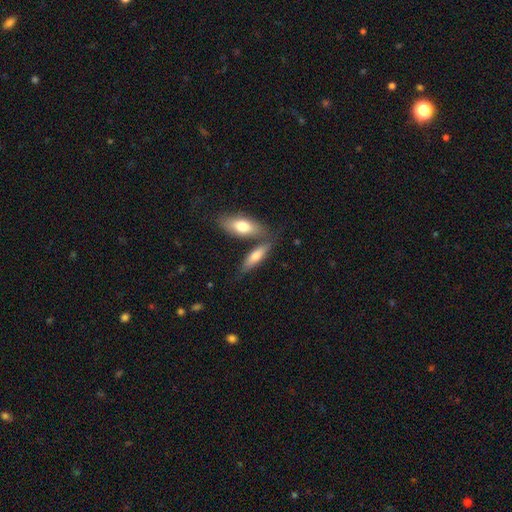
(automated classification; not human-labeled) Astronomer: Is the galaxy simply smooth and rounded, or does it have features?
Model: smooth — 70%.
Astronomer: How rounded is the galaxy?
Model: in between — 54% (runner-up: cigar-shaped, 44%).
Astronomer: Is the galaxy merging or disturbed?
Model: none — 57%.